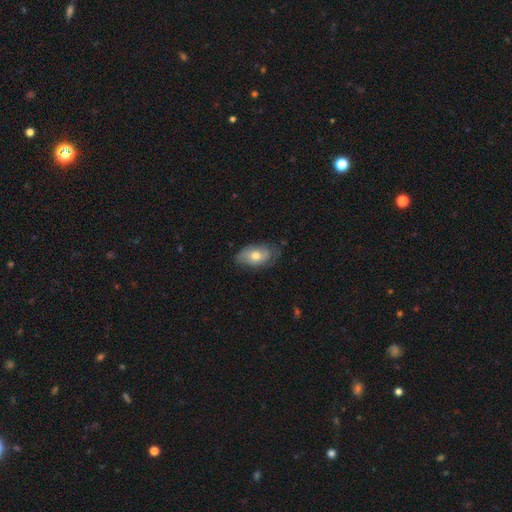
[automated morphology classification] This is likely a smooth galaxy (62%). How rounded: clearly in between (91%). Merging: likely none (65%).